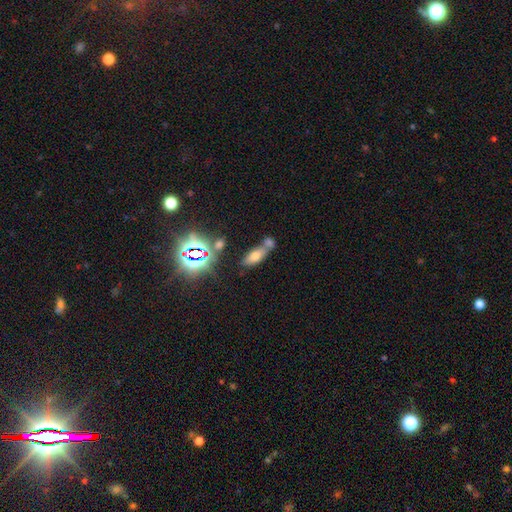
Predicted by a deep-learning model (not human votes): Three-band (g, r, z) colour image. It shows a smooth galaxy with no disk features (62%) that is in between round and cigar-shaped (74%). Merging: none (43%).